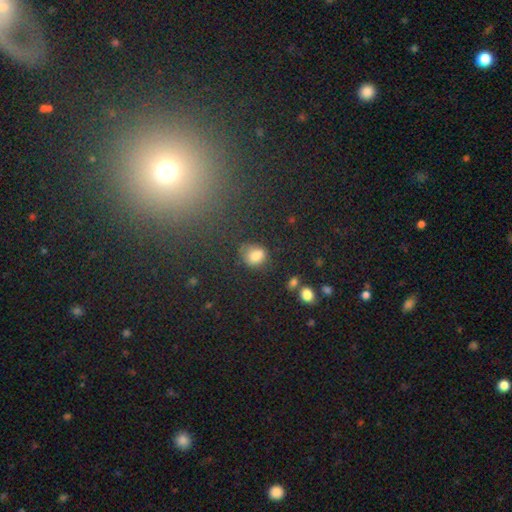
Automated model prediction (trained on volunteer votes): Smooth or featured? smooth (80%)
How rounded? round (54%)
Merging? none (58%)